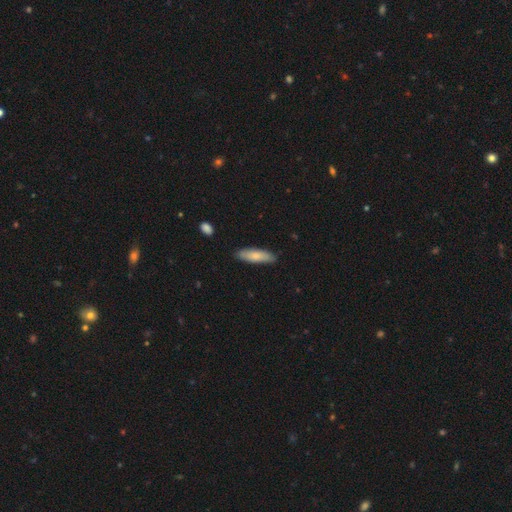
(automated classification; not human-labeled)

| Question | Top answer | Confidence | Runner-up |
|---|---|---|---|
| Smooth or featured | smooth | 78% | featured or disk (17%) |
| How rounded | cigar-shaped | 55% | in between (43%) |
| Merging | none | 85% | minor disturbance (11%) |